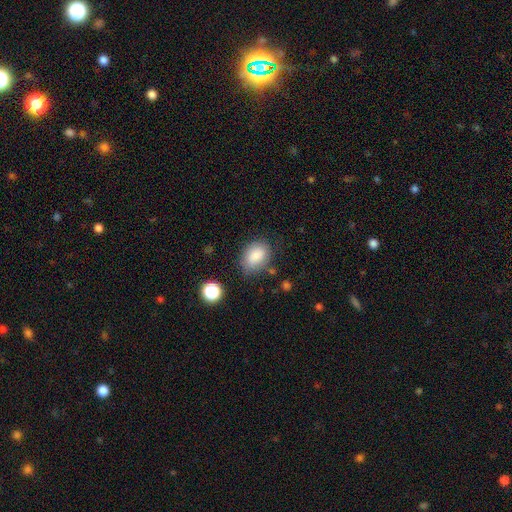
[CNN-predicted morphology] The model was most divided on "merging": none: 71%, minor disturbance: 20%, major disturbance: 6%, merger: 4%. More confident: smooth or featured — smooth (84%); how rounded — in between (77%).